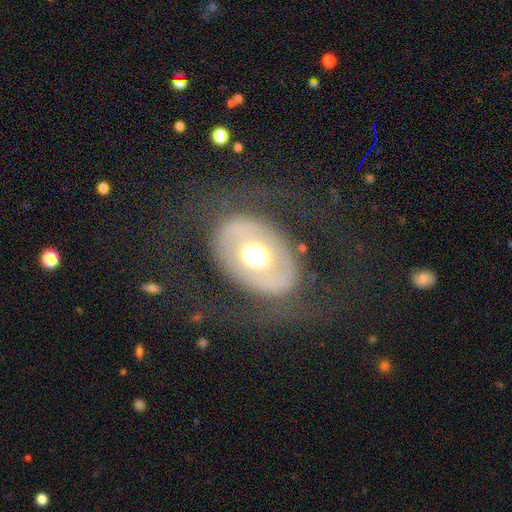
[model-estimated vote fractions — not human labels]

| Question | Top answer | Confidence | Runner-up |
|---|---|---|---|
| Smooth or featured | featured or disk | 59% | smooth (33%) |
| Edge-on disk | no | 93% | yes (7%) |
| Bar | no | 76% | weak (14%) |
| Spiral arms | no | 76% | yes (24%) |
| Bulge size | moderate | 53% | large (33%) |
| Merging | none | 68% | major disturbance (18%) |